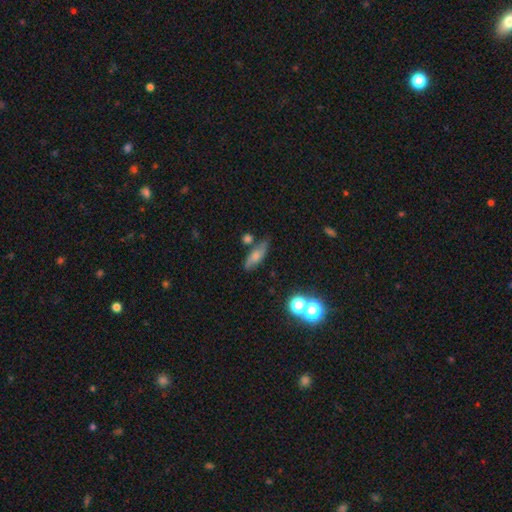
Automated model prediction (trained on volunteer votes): The model was most divided on "smooth or featured": smooth: 56%, featured or disk: 32%, star or artifact: 12%. More confident: merging — none (63%); how rounded — in between (61%).